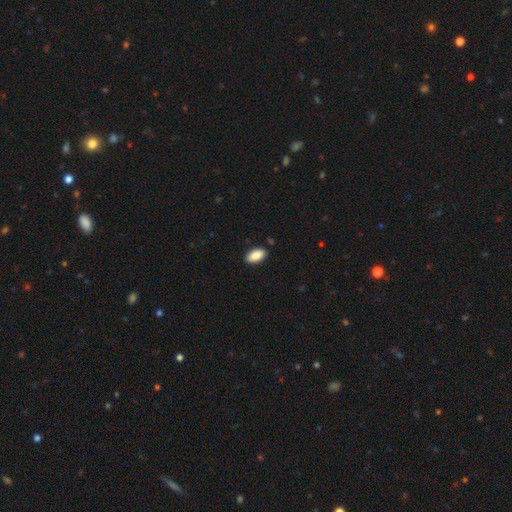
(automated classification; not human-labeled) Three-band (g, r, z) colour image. It shows a smooth galaxy with no disk features (88%) that is in between round and cigar-shaped (93%). Merging: none (89%).